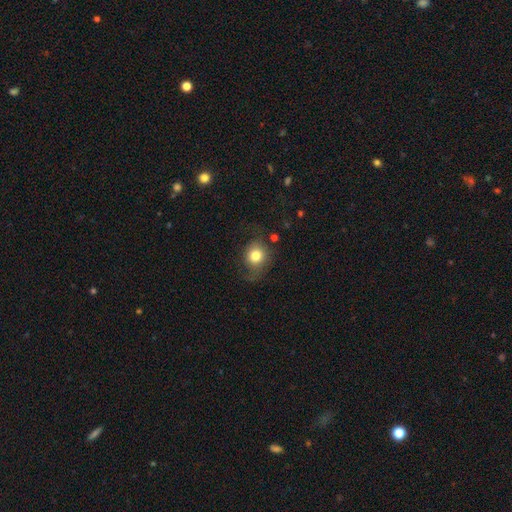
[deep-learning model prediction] Smooth or featured? smooth (75%)
How rounded? round (76%)
Merging? none (57%)